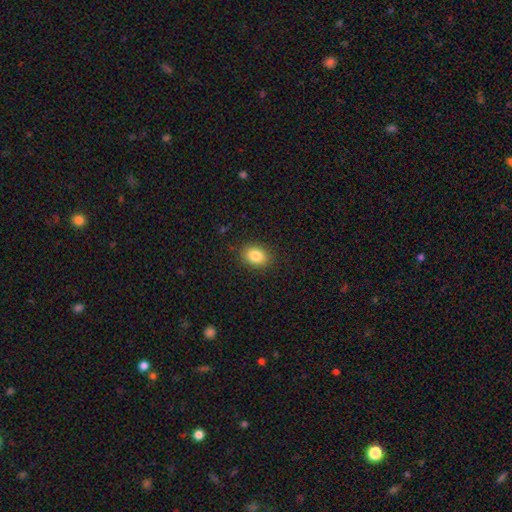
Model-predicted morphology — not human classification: A smooth galaxy with no disk features (84%) that is in between round and cigar-shaped (63%).

Vote fractions:
- Smooth or featured? smooth: 84% / star or artifact: 9% / featured or disk: 7%
- How rounded? in between: 63% / round: 36% / cigar-shaped: 1%
- Merging? none: 88% / minor disturbance: 8% / major disturbance: 2% / merger: 1%